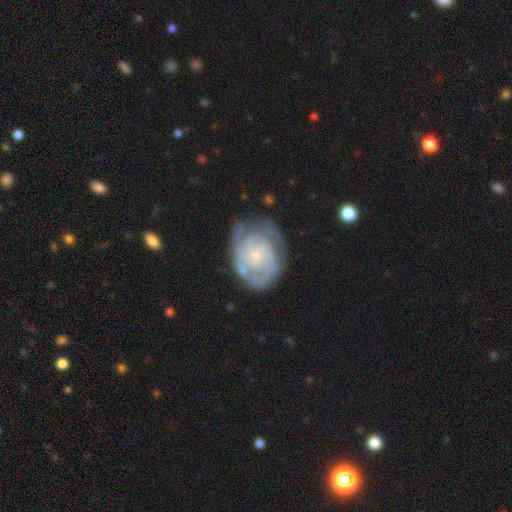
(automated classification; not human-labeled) A featured or disk galaxy (78%) with no bar (78%), tight (64%) spiral arms (88%) and a small central bulge (65%).

Vote fractions:
- Smooth or featured? featured or disk: 78% / smooth: 16% / star or artifact: 6%
- Edge-on disk? no: 98% / yes: 2%
- Bar? no: 78% / weak: 19% / strong: 3%
- Spiral arms? yes: 88% / no: 12%
- Spiral winding? tight: 64% / medium: 27% / loose: 8%
- Spiral arm count? can't tell: 45% / 2: 18% / 3: 17% / 4: 9% / 1: 6% / more than 4: 5%
- Bulge size? small: 65% / moderate: 22% / none: 9% / large: 3% / dominant: 1%
- Merging? none: 59% / minor disturbance: 25% / major disturbance: 13% / merger: 3%